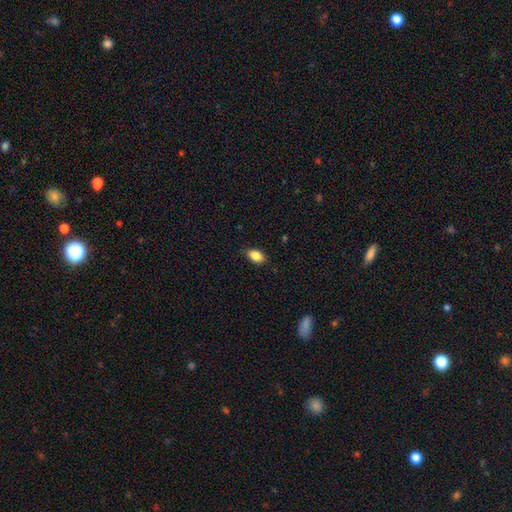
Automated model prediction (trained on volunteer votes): Smooth or featured? smooth (87%)
How rounded? in between (89%)
Merging? none (86%)